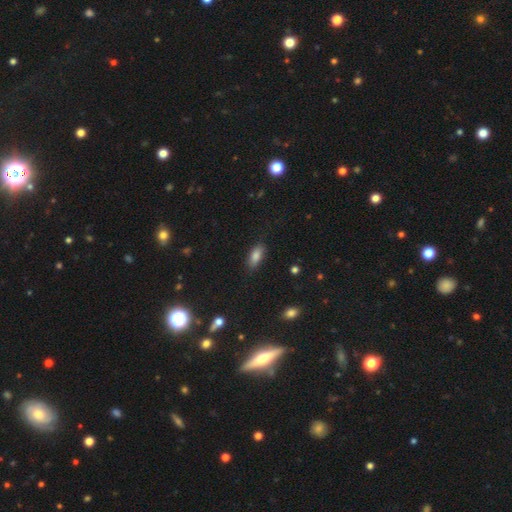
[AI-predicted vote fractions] smooth_or_featured: smooth (p=0.82) [alt: star or artifact p=0.09]
how_rounded: in between (p=0.82) [alt: cigar-shaped p=0.15]
merging: none (p=0.81) [alt: minor disturbance p=0.14]